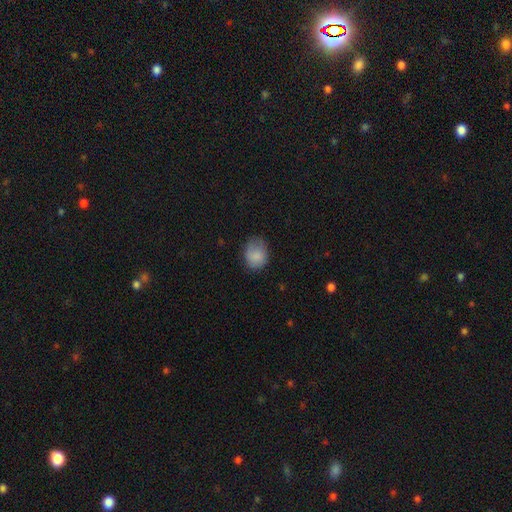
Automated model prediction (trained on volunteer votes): A smooth galaxy with no disk features (84%) that is round (61%). Merging: none (66%).